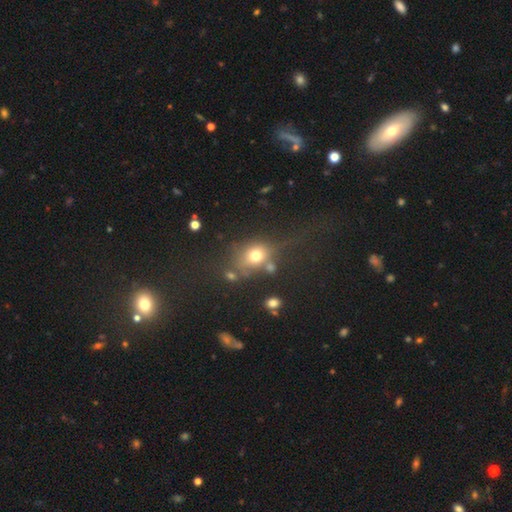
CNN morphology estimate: Smooth or featured? smooth (71%)
How rounded? round (54%)
Merging? none (51%)